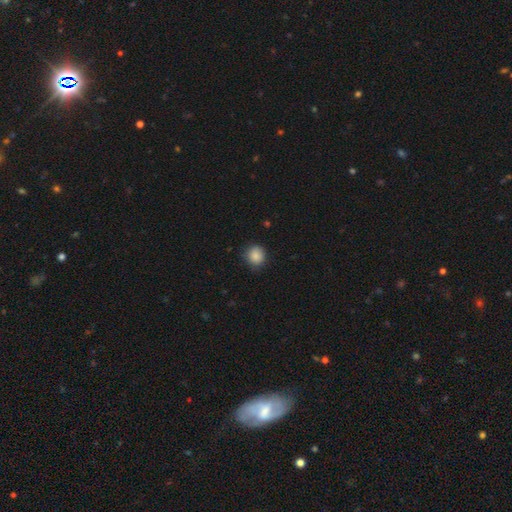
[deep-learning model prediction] Smooth or featured: smooth — 87% (star or artifact — 9%)
How rounded: round — 85% (in between — 14%)
Merging: none — 81% (minor disturbance — 16%)